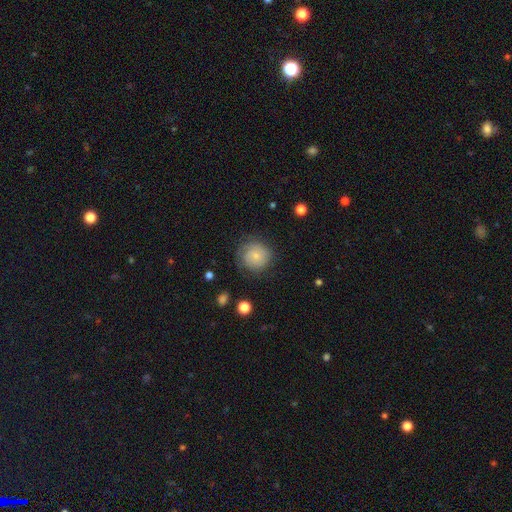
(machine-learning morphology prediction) smooth-or-featured: smooth: 66% | featured or disk: 26% | star or artifact: 8%
  how-rounded: round: 90% | in between: 9% | cigar-shaped: 1%
  merging: none: 72% | minor disturbance: 19% | major disturbance: 8% | merger: 1%